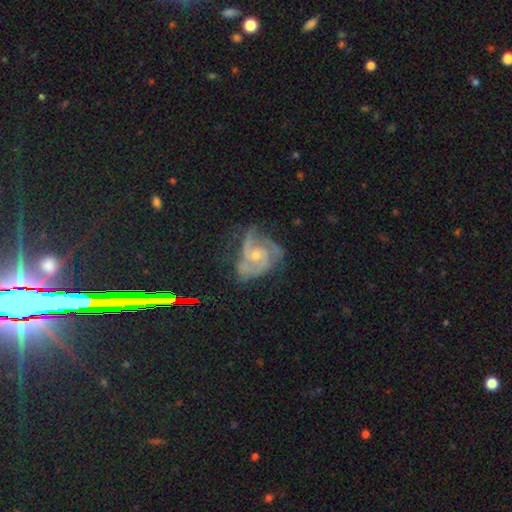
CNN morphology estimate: smooth-or-featured: featured or disk: 84% | smooth: 9% | star or artifact: 7%
  disk-edge-on: no: 98% | yes: 2%
    bar: no: 71% | weak: 25% | strong: 4%
    has-spiral-arms: yes: 95% | no: 5%
      spiral-winding: medium: 45% | tight: 44% | loose: 12%
      spiral-arm-count: 2: 37% | 3: 36% | can't tell: 15% | 4: 5% | 1: 4% | more than 4: 3%
    bulge-size: small: 60% | moderate: 36% | none: 2% | large: 1% | dominant: 1%
  merging: none: 49% | minor disturbance: 28% | major disturbance: 20% | merger: 3%